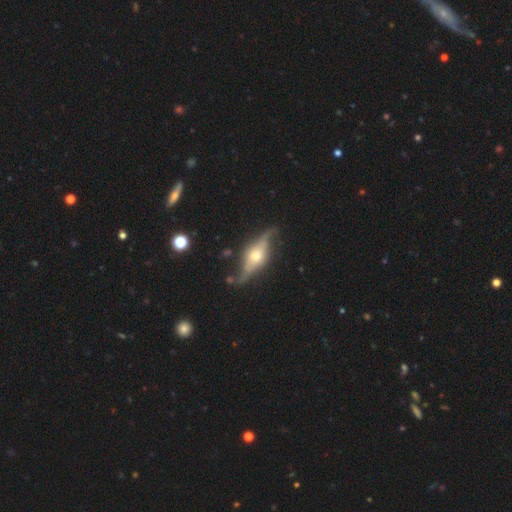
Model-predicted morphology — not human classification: Smooth or featured?
  - featured or disk: 81% *
  - smooth: 13%
  - star or artifact: 6%
Edge-on disk?
  - yes: 72% *
  - no: 28%
Edge-on bulge?
  - rounded: 91% *
  - boxy: 7%
  - none: 2%
Merging?
  - none: 71% *
  - minor disturbance: 19%
  - major disturbance: 7%
  - merger: 3%